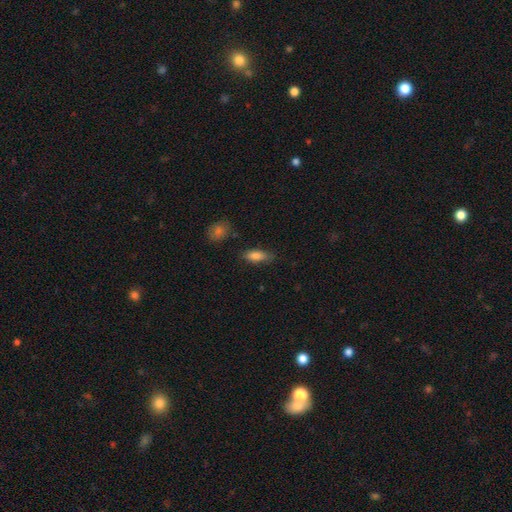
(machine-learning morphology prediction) Smooth or featured?
  - smooth: 83% *
  - featured or disk: 10%
  - star or artifact: 7%
How rounded?
  - in between: 74% *
  - cigar-shaped: 23%
  - round: 3%
Merging?
  - none: 73% *
  - minor disturbance: 20%
  - major disturbance: 4%
  - merger: 3%